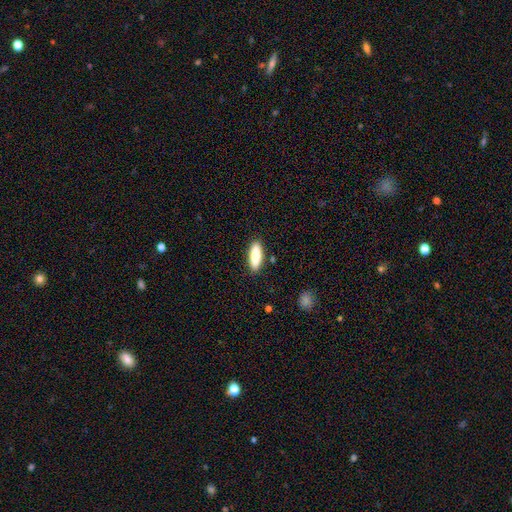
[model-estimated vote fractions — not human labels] A smooth galaxy with no disk features (82%) that is in between round and cigar-shaped (64%). Merging: none (87%).